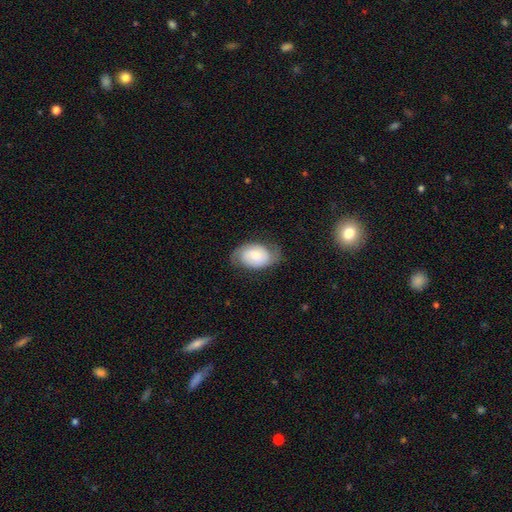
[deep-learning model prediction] The model was most divided on "smooth or featured": featured or disk: 48%, smooth: 45%, star or artifact: 7%. More confident: merging — none (66%).